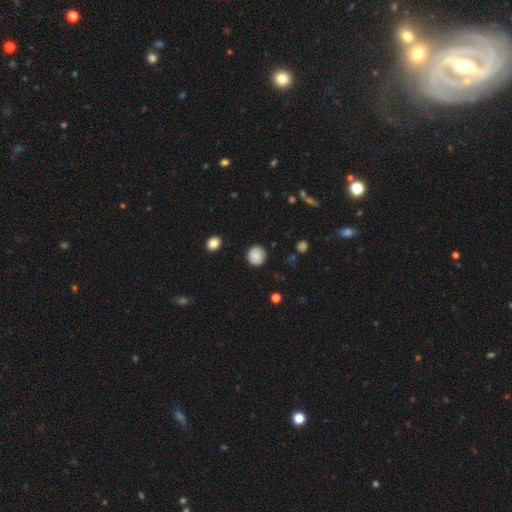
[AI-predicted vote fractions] smooth-or-featured: smooth: 85% | star or artifact: 8% | featured or disk: 6%
  how-rounded: round: 91% | in between: 8% | cigar-shaped: 1%
  merging: none: 87% | minor disturbance: 9% | major disturbance: 3% | merger: 1%